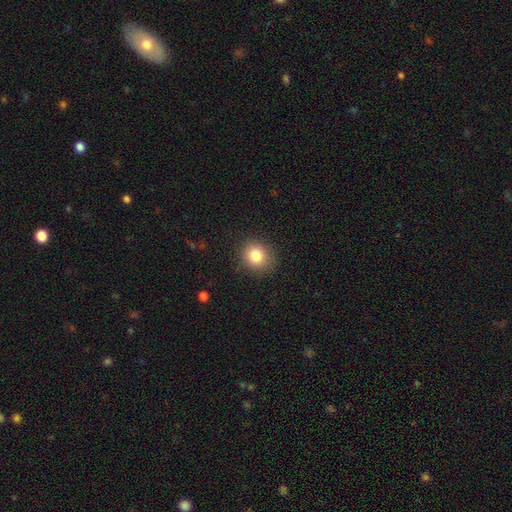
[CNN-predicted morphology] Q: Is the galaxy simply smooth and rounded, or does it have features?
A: smooth — 82%.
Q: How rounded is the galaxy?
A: round — 84%.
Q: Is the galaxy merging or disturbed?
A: none — 88%.